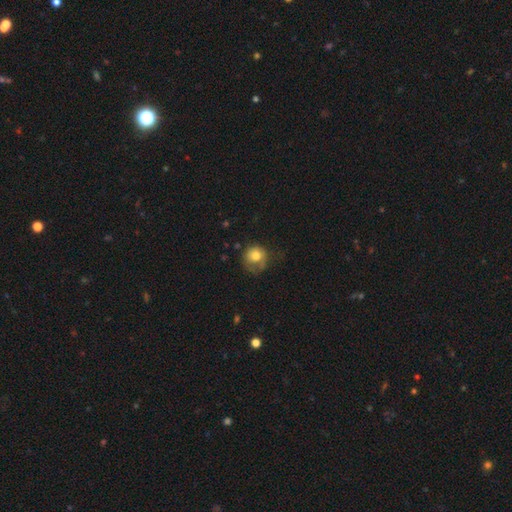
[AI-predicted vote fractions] This is likely a smooth galaxy (75%). How rounded: clearly round (81%). Merging: marginally none (43%).